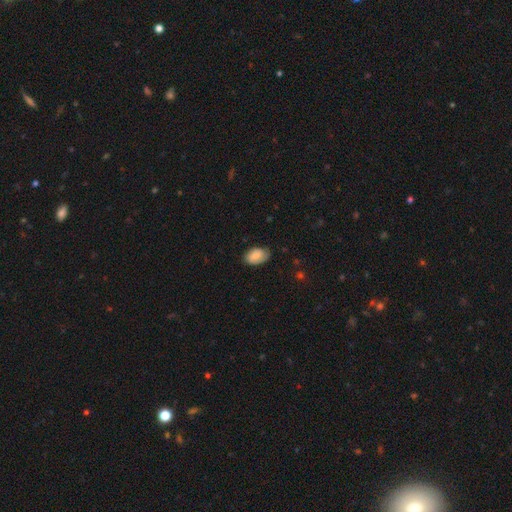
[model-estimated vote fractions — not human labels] This appears to be a smooth galaxy with no disk features (77%) that is in between round and cigar-shaped (90%). Merging: none (70%).